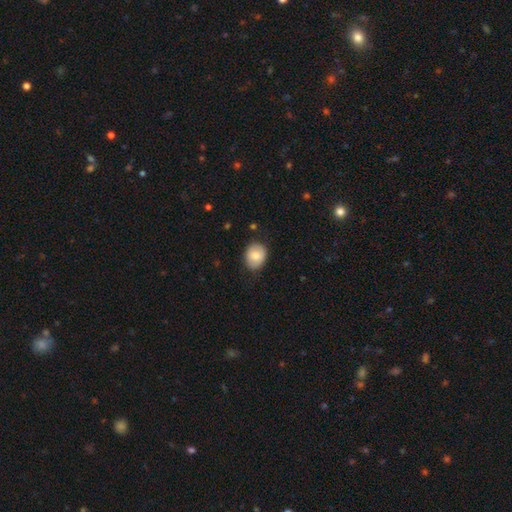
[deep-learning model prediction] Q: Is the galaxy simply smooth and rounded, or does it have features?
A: smooth — 75%.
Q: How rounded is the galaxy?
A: in between — 50%.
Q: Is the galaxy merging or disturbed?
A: none — 81%.